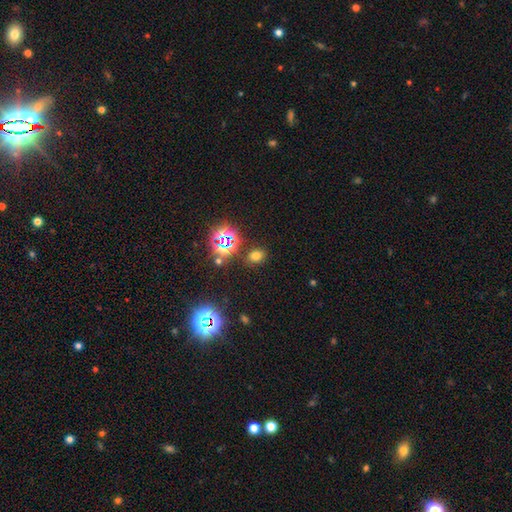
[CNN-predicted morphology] smooth 62%, star or artifact 31%, featured or disk 7%. Down the decision tree: how rounded — in between (59%); merging — none (85%).